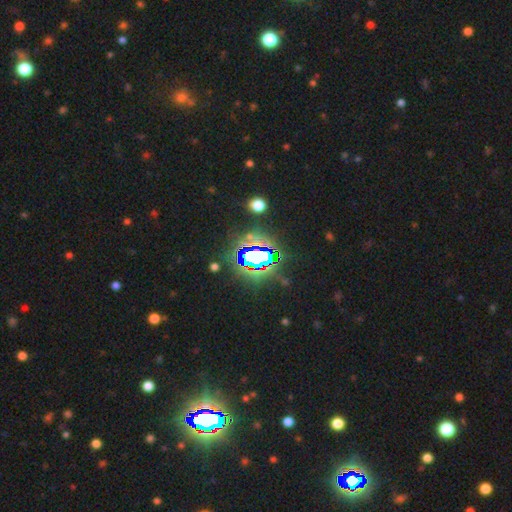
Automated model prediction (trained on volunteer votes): smooth-or-featured: star or artifact: 85% | smooth: 8% | featured or disk: 6%